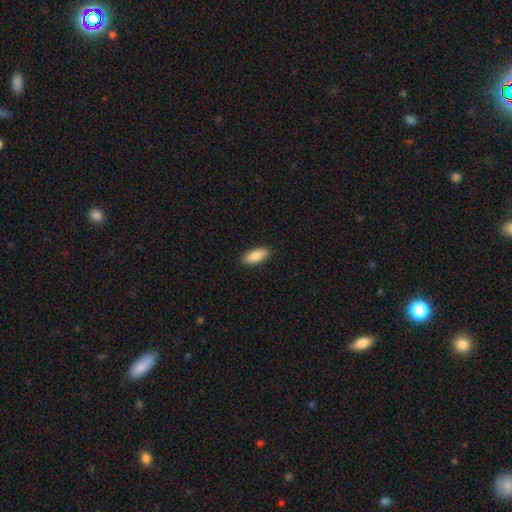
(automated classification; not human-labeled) smooth 85%, featured or disk 9%, star or artifact 6%. Down the decision tree: how rounded — in between (85%); merging — none (90%).